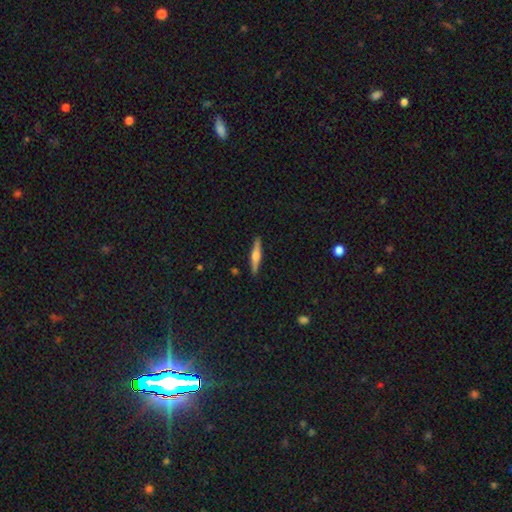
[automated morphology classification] Smooth or featured?
  - featured or disk: 53% *
  - smooth: 41%
  - star or artifact: 6%
Edge-on disk?
  - yes: 96% *
  - no: 4%
Edge-on bulge?
  - rounded: 83% *
  - boxy: 11%
  - none: 6%
Merging?
  - none: 90% *
  - minor disturbance: 7%
  - major disturbance: 2%
  - merger: 1%